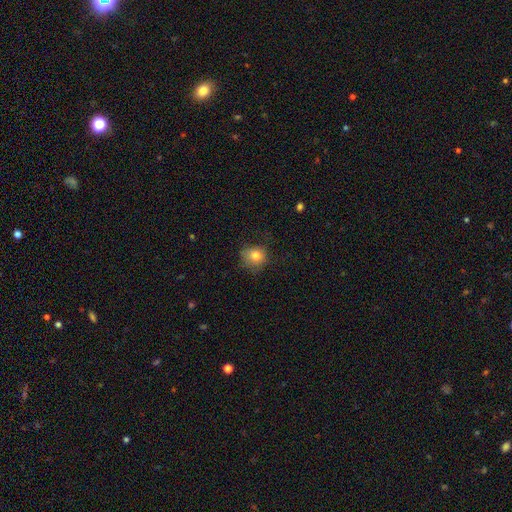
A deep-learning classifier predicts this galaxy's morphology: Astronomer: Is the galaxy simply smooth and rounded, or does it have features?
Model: smooth — 79%.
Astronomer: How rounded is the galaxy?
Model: round — 82%.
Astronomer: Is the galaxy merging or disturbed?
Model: none — 70%.